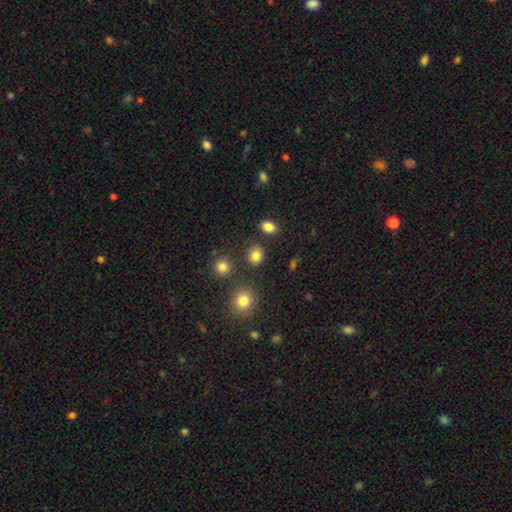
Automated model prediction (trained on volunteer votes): Morphology: type=smooth (83%); roundness=round (67%); merging=none (83%).